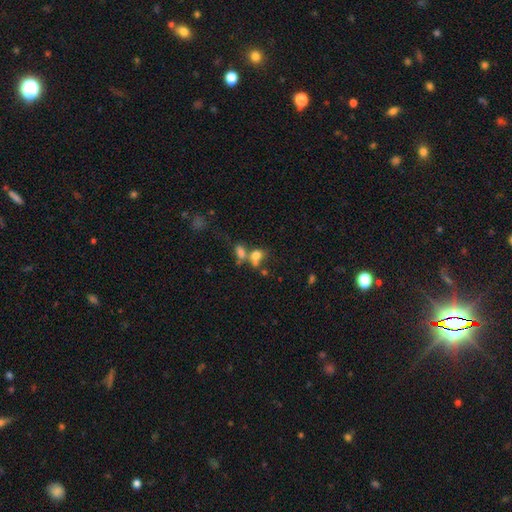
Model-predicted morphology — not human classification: smooth_or_featured: smooth (p=0.71) [alt: featured or disk p=0.15]
how_rounded: in between (p=0.58) [alt: round p=0.39]
merging: merger (p=0.54) [alt: none p=0.30]